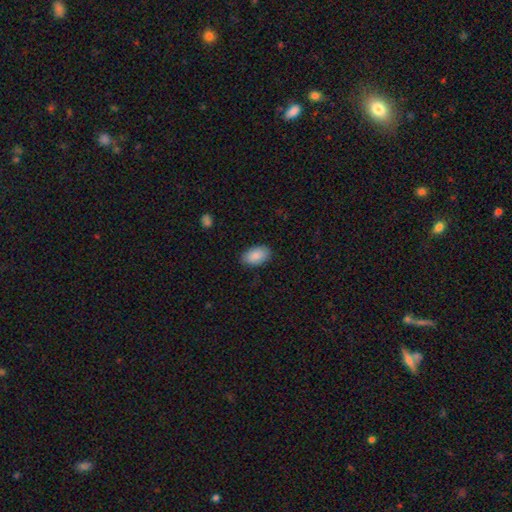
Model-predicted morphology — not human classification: smooth_or_featured: smooth (p=0.89) [alt: star or artifact p=0.06]
how_rounded: in between (p=0.94) [alt: round p=0.05]
merging: none (p=0.86) [alt: minor disturbance p=0.10]